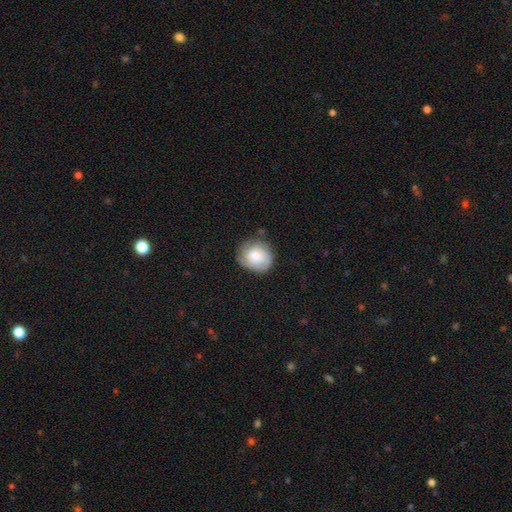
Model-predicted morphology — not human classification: This is possibly a smooth galaxy (58%). How rounded: likely round (79%). Merging: likely none (69%).